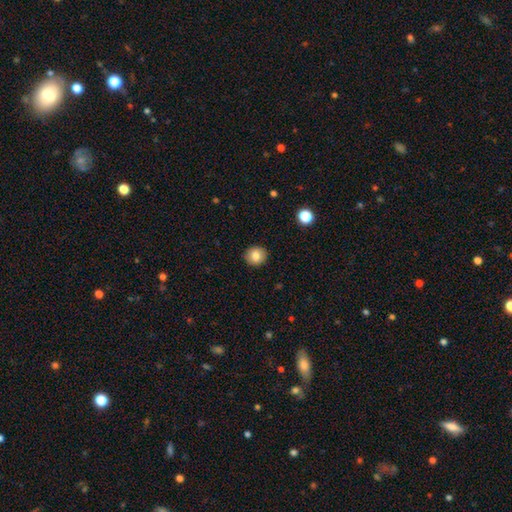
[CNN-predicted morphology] This appears to be a smooth galaxy with no disk features (83%) that is round (87%). Merging: none (91%).